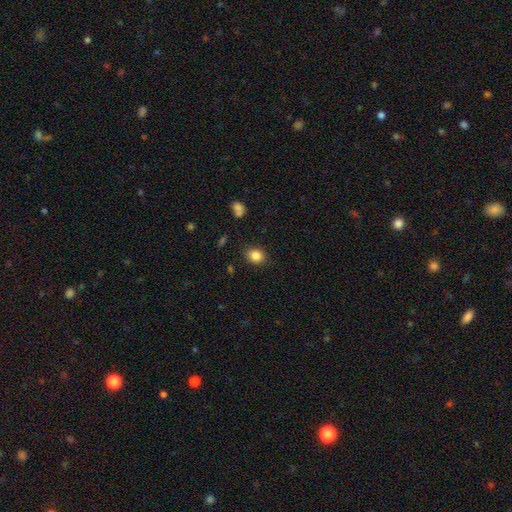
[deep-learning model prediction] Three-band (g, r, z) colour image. It shows a smooth galaxy with no disk features (84%) that is round (61%). Merging: none (84%).